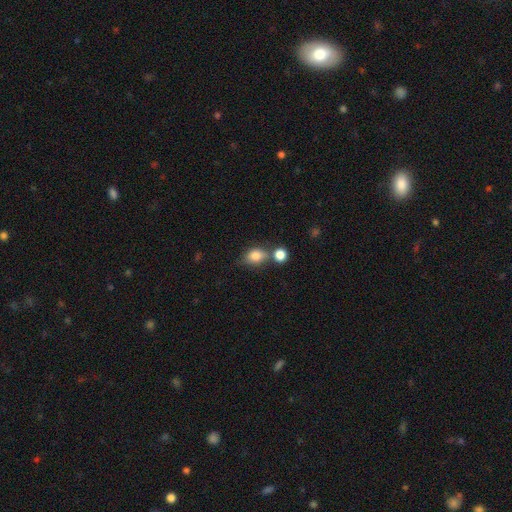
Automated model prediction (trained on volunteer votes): Smooth or featured? smooth (81%)
How rounded? in between (63%)
Merging? none (52%)